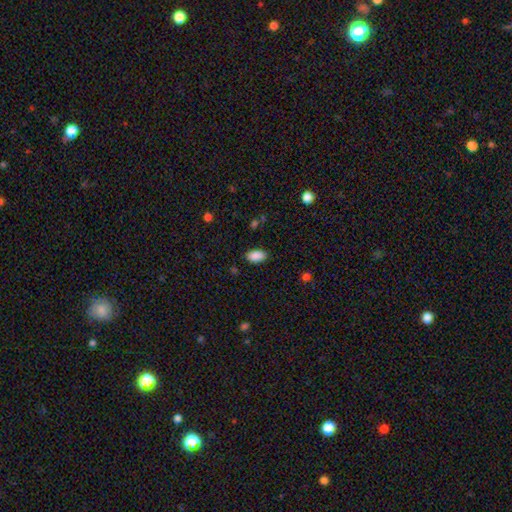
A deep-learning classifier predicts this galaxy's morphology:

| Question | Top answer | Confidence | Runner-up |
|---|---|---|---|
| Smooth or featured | smooth | 89% | star or artifact (8%) |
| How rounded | in between | 94% | round (4%) |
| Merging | none | 86% | minor disturbance (10%) |